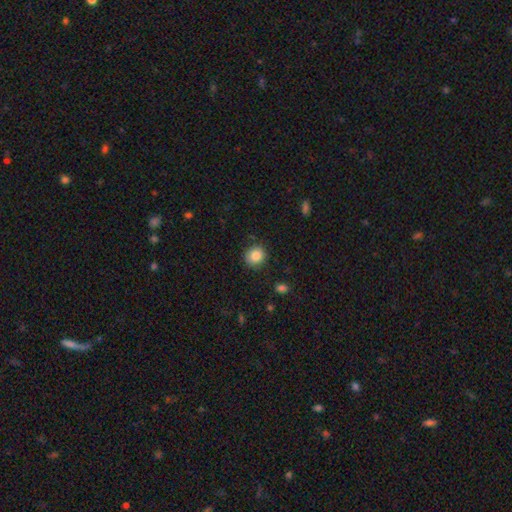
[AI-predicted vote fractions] Smooth or featured: smooth — 84% (star or artifact — 9%)
How rounded: round — 85% (in between — 14%)
Merging: none — 86% (minor disturbance — 10%)